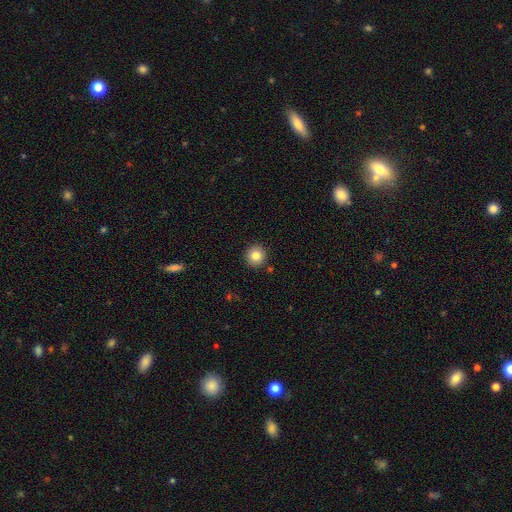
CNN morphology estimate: This is clearly a smooth galaxy (83%). How rounded: clearly round (95%). Merging: clearly none (91%).